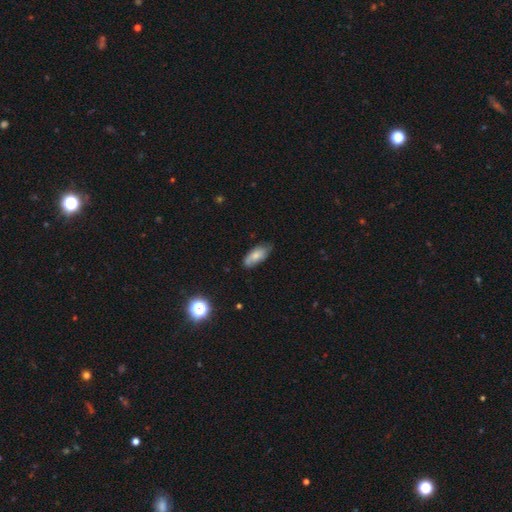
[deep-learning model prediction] Smooth or featured?
  - smooth: 67% *
  - featured or disk: 24%
  - star or artifact: 8%
How rounded?
  - in between: 84% *
  - cigar-shaped: 13%
  - round: 3%
Merging?
  - none: 65% *
  - minor disturbance: 29%
  - major disturbance: 5%
  - merger: 2%